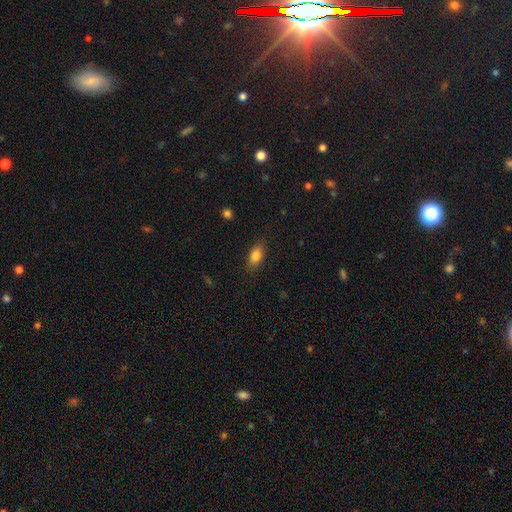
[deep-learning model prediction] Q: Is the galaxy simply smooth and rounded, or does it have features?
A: smooth — 82%.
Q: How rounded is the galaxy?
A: in between — 84%.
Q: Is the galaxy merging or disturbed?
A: none — 84%.